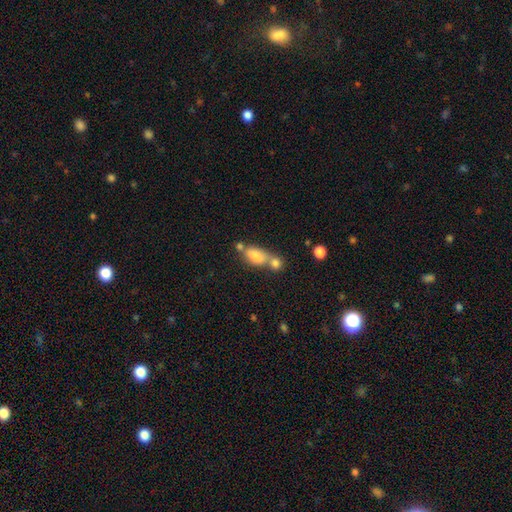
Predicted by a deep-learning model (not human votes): The model was most divided on "merging": merger: 51%, none: 33%, minor disturbance: 11%, major disturbance: 5%. More confident: how rounded — in between (81%); smooth or featured — smooth (77%).